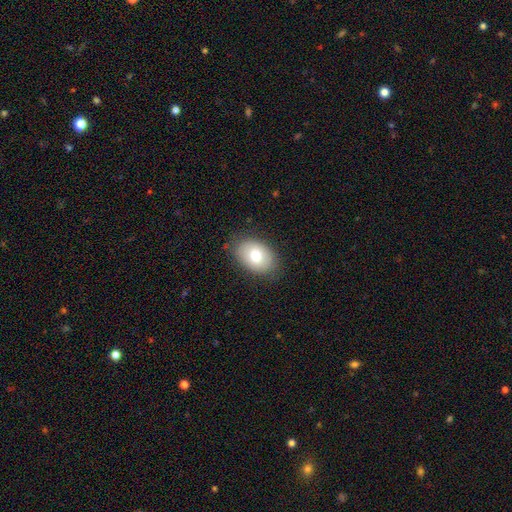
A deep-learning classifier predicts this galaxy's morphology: Smooth or featured? smooth (75%)
How rounded? in between (82%)
Merging? none (82%)